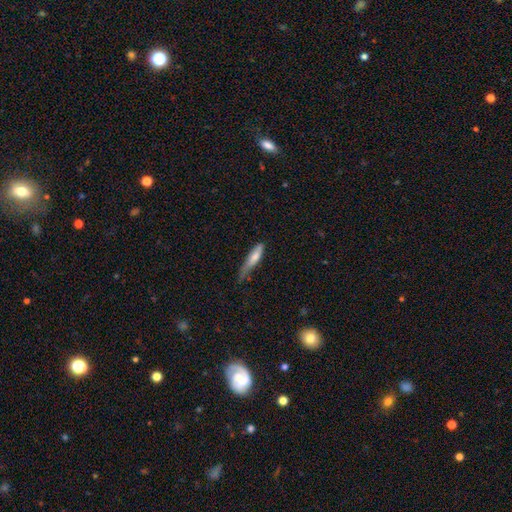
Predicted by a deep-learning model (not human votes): smooth_or_featured: smooth (p=0.69) [alt: featured or disk p=0.25]
how_rounded: cigar-shaped (p=0.76) [alt: in between p=0.23]
merging: minor disturbance (p=0.41) [alt: none p=0.38]